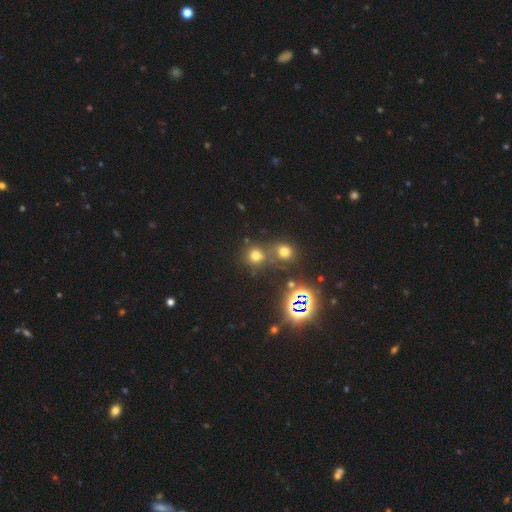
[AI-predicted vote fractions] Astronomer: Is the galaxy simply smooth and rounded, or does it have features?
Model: smooth — 63%.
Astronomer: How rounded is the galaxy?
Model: round — 88%.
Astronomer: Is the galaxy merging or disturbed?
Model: none — 59%.